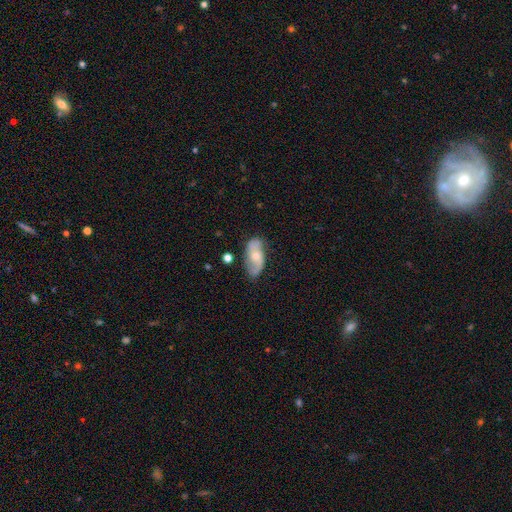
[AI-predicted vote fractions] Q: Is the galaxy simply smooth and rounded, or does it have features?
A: featured or disk — 51%.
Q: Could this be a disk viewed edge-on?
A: no — 91%.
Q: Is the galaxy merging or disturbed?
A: none — 71%.